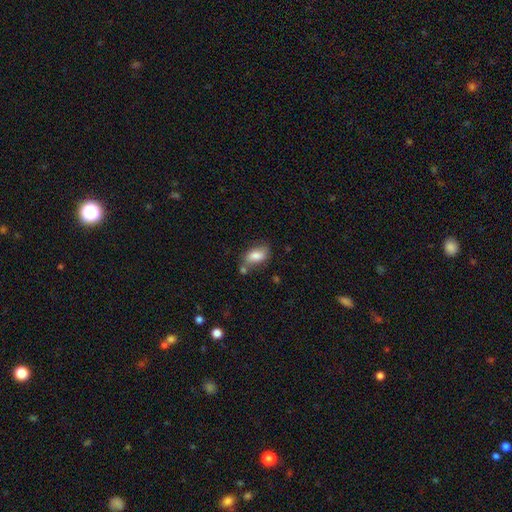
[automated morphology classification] smooth_or_featured: smooth (p=0.80) [alt: featured or disk p=0.12]
how_rounded: in between (p=0.89) [alt: round p=0.07]
merging: none (p=0.57) [alt: minor disturbance p=0.21]